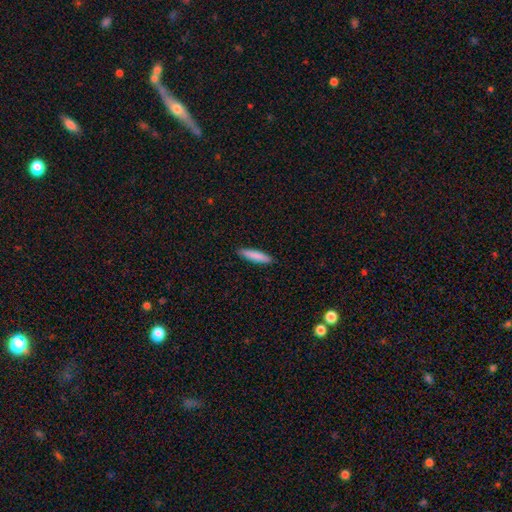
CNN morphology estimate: Q: Smooth or featured?
A: smooth (85%); runner-up: featured or disk (9%)
Q: How rounded?
A: cigar-shaped (84%); runner-up: in between (14%)
Q: Merging?
A: none (91%); runner-up: minor disturbance (7%)